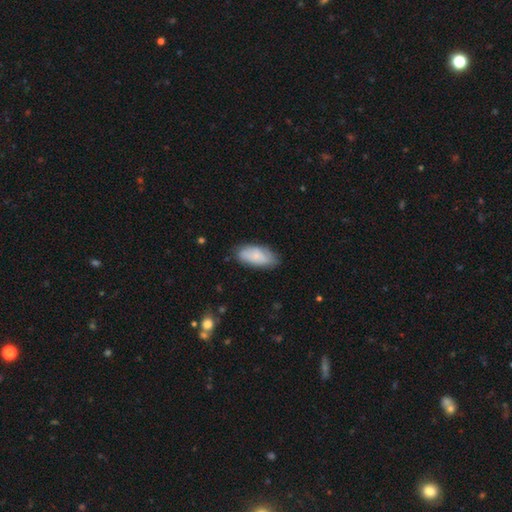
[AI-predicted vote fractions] This appears to be a smooth galaxy with no disk features (77%) that is in between round and cigar-shaped (89%). Merging: none (71%).